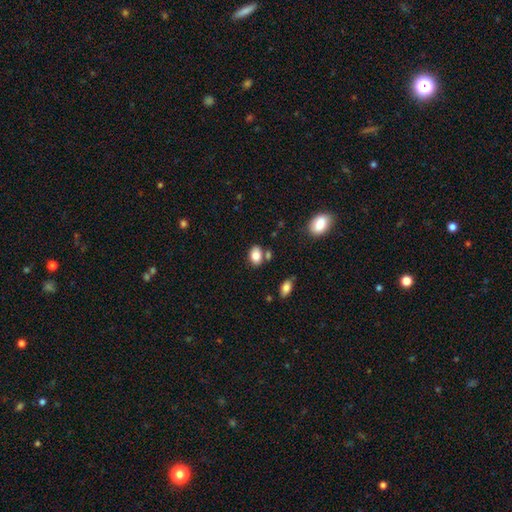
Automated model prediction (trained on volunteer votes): smooth_or_featured: smooth (p=0.83) [alt: star or artifact p=0.09]
how_rounded: in between (p=0.80) [alt: round p=0.18]
merging: none (p=0.73) [alt: minor disturbance p=0.13]